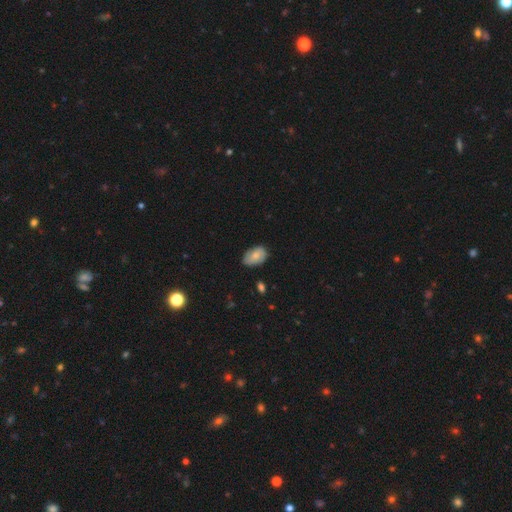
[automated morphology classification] A smooth galaxy with no disk features (74%) that is in between round and cigar-shaped (88%).

Vote fractions:
- Smooth or featured? smooth: 74% / featured or disk: 19% / star or artifact: 7%
- How rounded? in between: 88% / round: 10% / cigar-shaped: 1%
- Merging? none: 69% / minor disturbance: 26% / major disturbance: 4% / merger: 1%